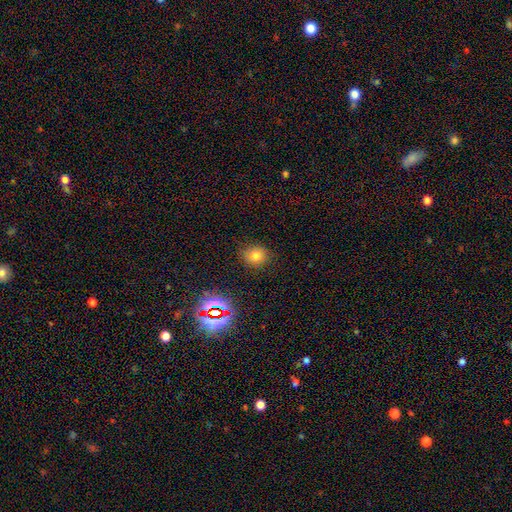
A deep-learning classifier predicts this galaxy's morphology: smooth-or-featured: smooth: 72% | star or artifact: 20% | featured or disk: 8%
  how-rounded: round: 77% | in between: 22% | cigar-shaped: 1%
  merging: none: 84% | minor disturbance: 12% | major disturbance: 3% | merger: 1%